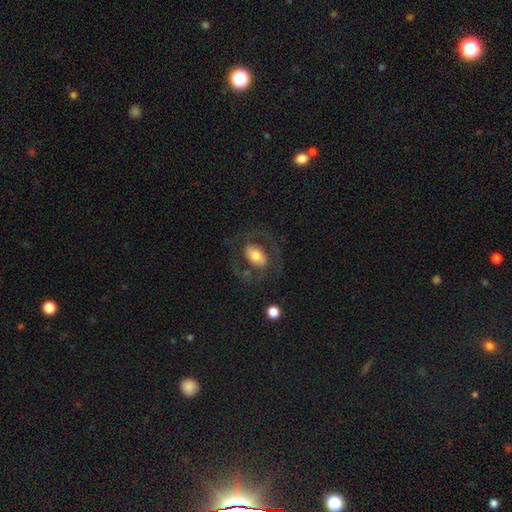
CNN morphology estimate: The model was most divided on "bar": no: 48%, weak: 33%, strong: 19%. More confident: edge-on disk — no (95%); merging — none (65%); spiral arms — yes (63%); smooth or featured — featured or disk (57%); bulge size — moderate (56%).